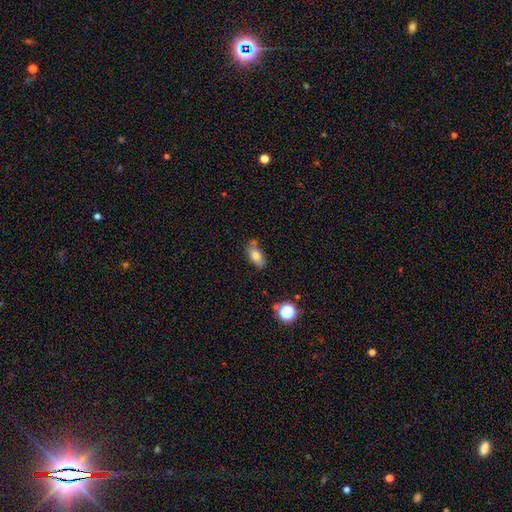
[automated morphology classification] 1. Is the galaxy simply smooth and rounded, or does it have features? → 77% smooth, 14% featured or disk, 9% star or artifact.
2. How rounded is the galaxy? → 86% in between, 9% cigar-shaped, 6% round.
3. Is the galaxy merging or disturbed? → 67% none, 19% minor disturbance, 10% merger, 4% major disturbance.